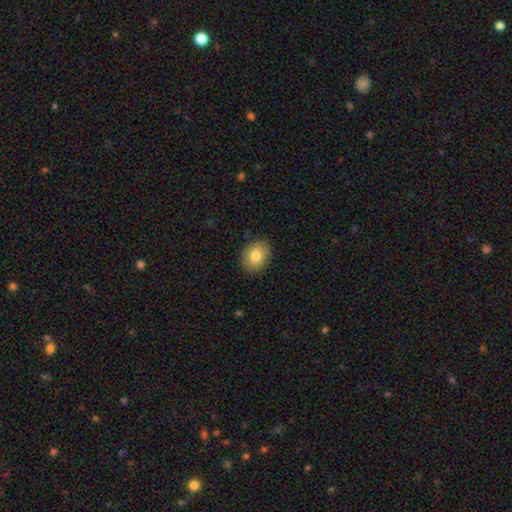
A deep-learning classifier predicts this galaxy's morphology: Smooth or featured? Predicted: smooth (p=0.80). How rounded? Predicted: in between (p=0.59). Merging? Predicted: none (p=0.87).